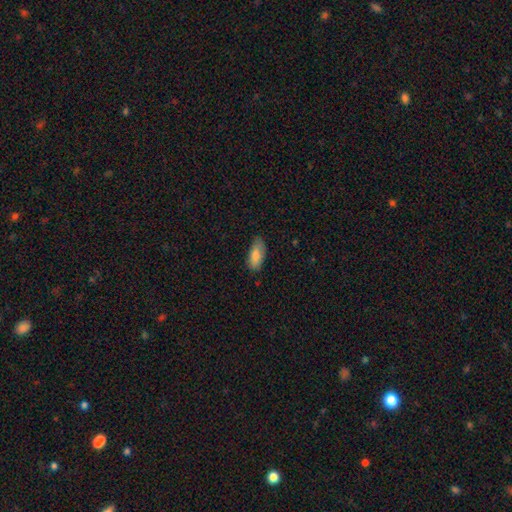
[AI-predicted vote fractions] Smooth or featured?
  - smooth: 83% *
  - featured or disk: 11%
  - star or artifact: 6%
How rounded?
  - in between: 85% *
  - cigar-shaped: 13%
  - round: 2%
Merging?
  - none: 74% *
  - minor disturbance: 21%
  - major disturbance: 4%
  - merger: 1%